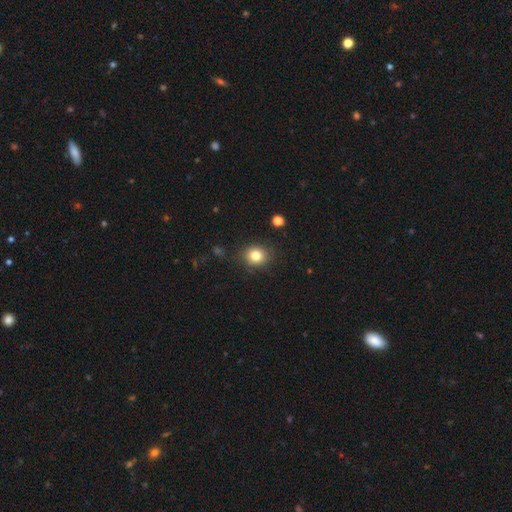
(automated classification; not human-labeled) Q: Smooth or featured?
A: smooth (81%); runner-up: star or artifact (12%)
Q: How rounded?
A: round (77%); runner-up: in between (23%)
Q: Merging?
A: none (85%); runner-up: minor disturbance (11%)